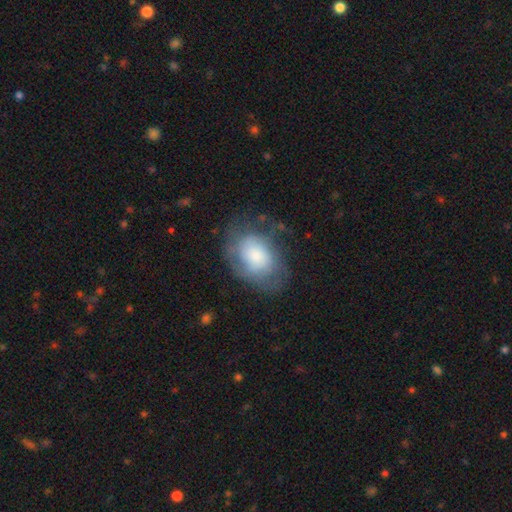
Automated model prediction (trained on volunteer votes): smooth-or-featured: smooth: 49% | featured or disk: 43% | star or artifact: 8%
  merging: none: 56% | minor disturbance: 25% | major disturbance: 18% | merger: 2%